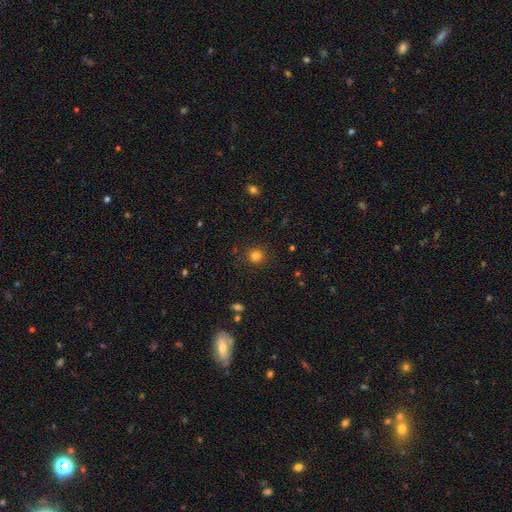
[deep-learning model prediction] The model was most divided on "smooth or featured": smooth: 80%, star or artifact: 14%, featured or disk: 5%. More confident: how rounded — round (93%); merging — none (89%).